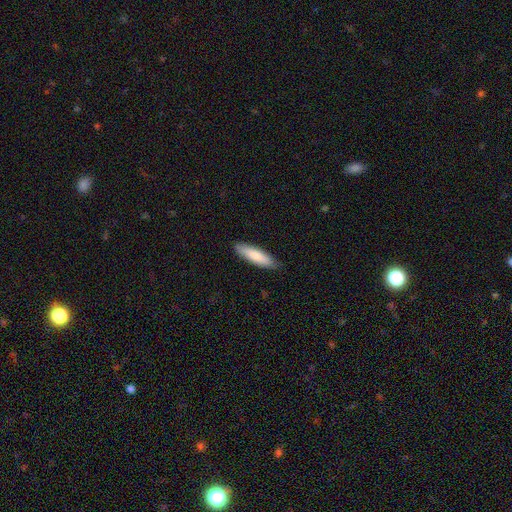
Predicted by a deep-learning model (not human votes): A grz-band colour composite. It shows a smooth galaxy with no disk features (82%) that is cigar-shaped (65%). Merging: none (85%).